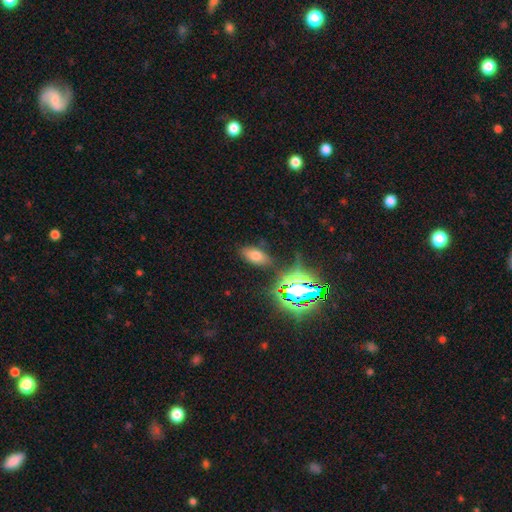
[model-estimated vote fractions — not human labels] A smooth galaxy with no disk features (65%) that is in between round and cigar-shaped (89%). Merging: none (82%).